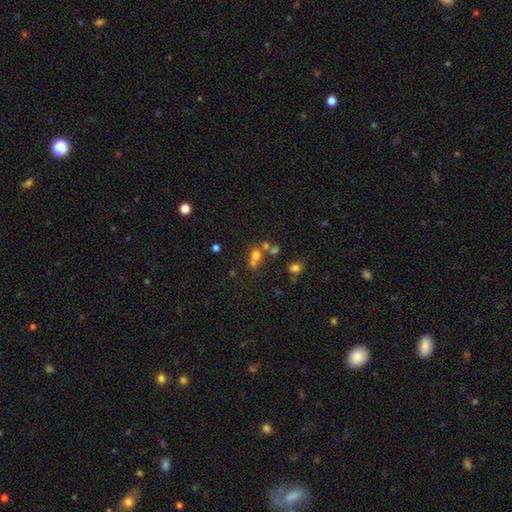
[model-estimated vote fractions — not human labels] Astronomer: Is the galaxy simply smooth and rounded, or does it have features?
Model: smooth — 65%.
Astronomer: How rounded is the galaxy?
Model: round — 76%.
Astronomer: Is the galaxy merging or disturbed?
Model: merger — 46% (runner-up: none, 41%).